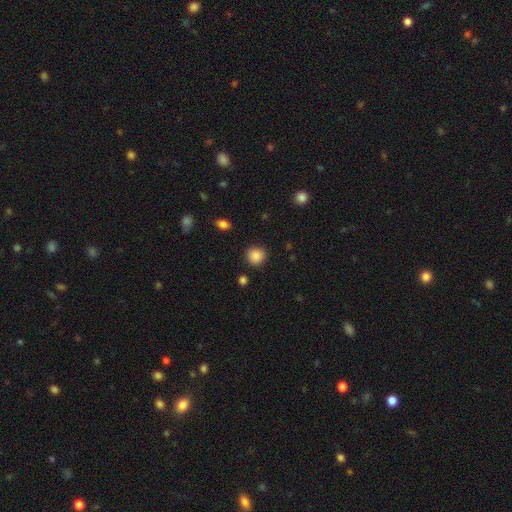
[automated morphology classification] Q: Smooth or featured?
A: smooth (88%); runner-up: star or artifact (9%)
Q: How rounded?
A: round (90%); runner-up: in between (9%)
Q: Merging?
A: none (89%); runner-up: minor disturbance (7%)